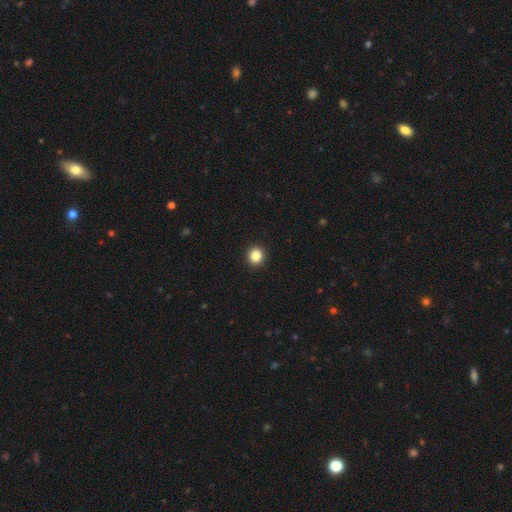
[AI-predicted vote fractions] This is clearly a smooth galaxy (86%). How rounded: clearly round (82%). Merging: clearly none (93%).